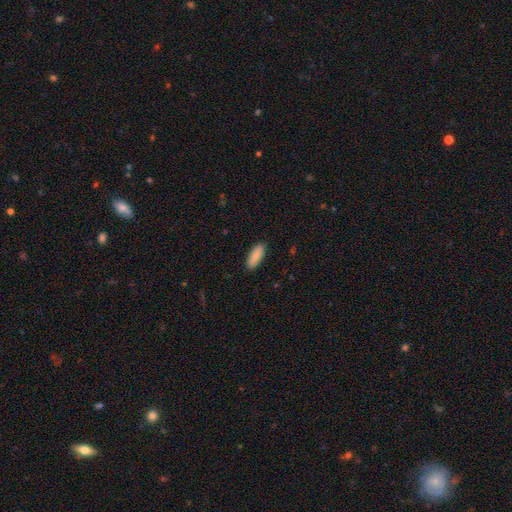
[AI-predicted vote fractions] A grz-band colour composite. It shows a smooth galaxy with no disk features (89%) that is in between round and cigar-shaped (74%). Merging: none (89%).